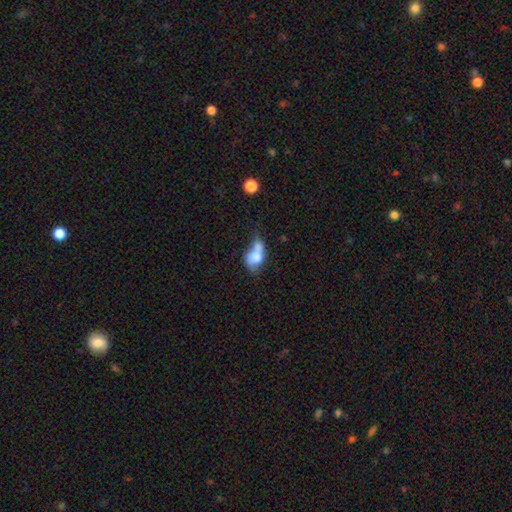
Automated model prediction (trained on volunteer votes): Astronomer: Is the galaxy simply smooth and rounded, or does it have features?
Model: smooth — 65%.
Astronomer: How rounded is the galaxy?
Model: in between — 74%.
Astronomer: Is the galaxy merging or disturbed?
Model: merger — 61%.